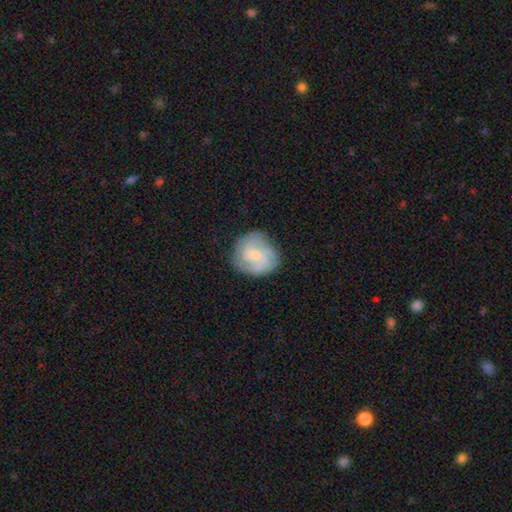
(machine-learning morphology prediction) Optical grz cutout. It shows a featured or disk galaxy (76%) with no bar (63%), 3 (37%) tight (56%) spiral arms (96%) and a small central bulge (61%). Merging: none (79%).